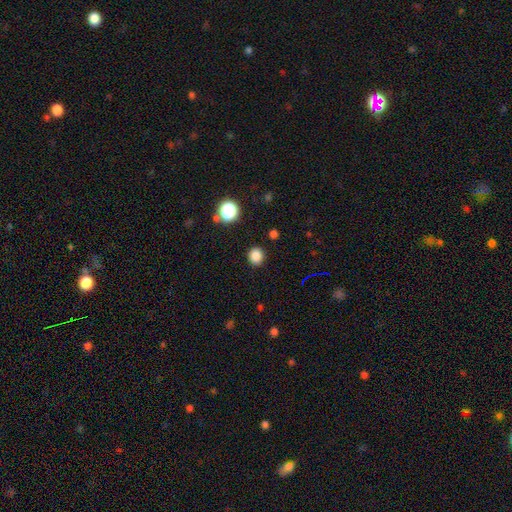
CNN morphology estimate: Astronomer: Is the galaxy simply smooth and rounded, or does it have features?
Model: smooth — 84%.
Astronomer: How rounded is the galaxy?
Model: round — 82%.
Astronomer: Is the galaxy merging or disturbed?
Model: none — 90%.